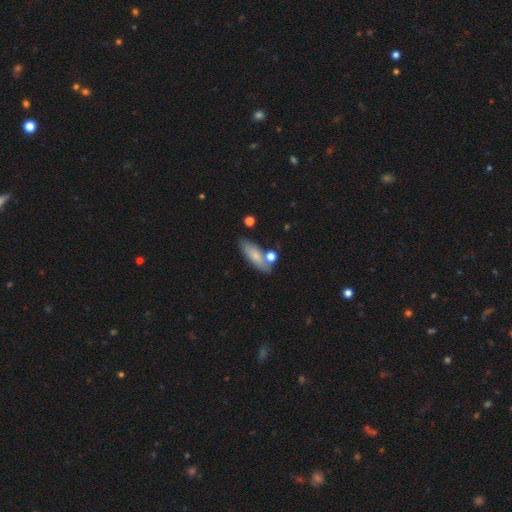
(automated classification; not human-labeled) This is likely a smooth galaxy (74%). How rounded: likely in between (64%). Merging: likely none (67%).